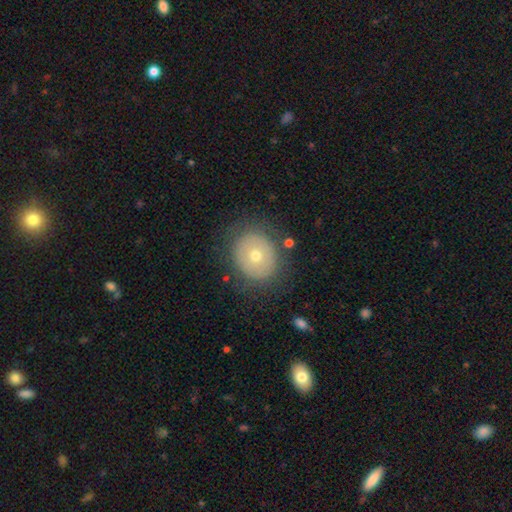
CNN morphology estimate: smooth-or-featured: smooth: 58% | featured or disk: 33% | star or artifact: 9%
  how-rounded: round: 72% | in between: 27% | cigar-shaped: 1%
  merging: none: 81% | minor disturbance: 12% | major disturbance: 5% | merger: 2%